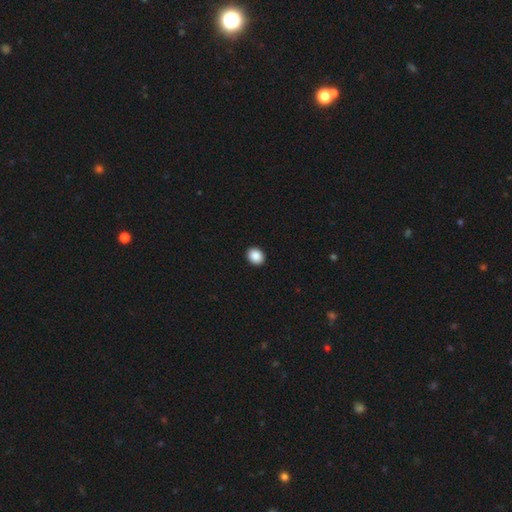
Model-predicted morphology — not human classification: smooth 89%, star or artifact 8%, featured or disk 3%. Down the decision tree: how rounded — round (59%); merging — none (93%).